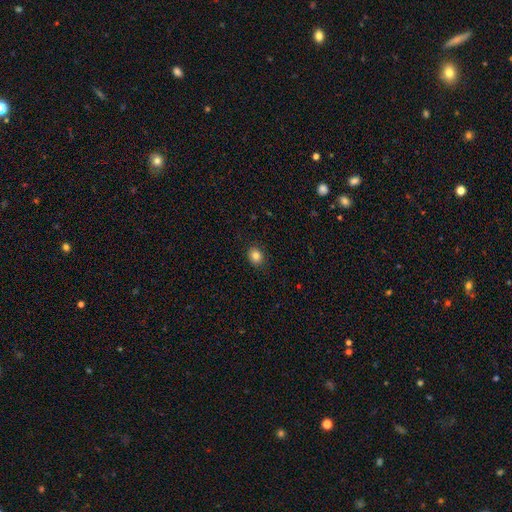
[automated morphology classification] smooth 84%, star or artifact 11%, featured or disk 6%. Down the decision tree: how rounded — round (58%); merging — none (89%).